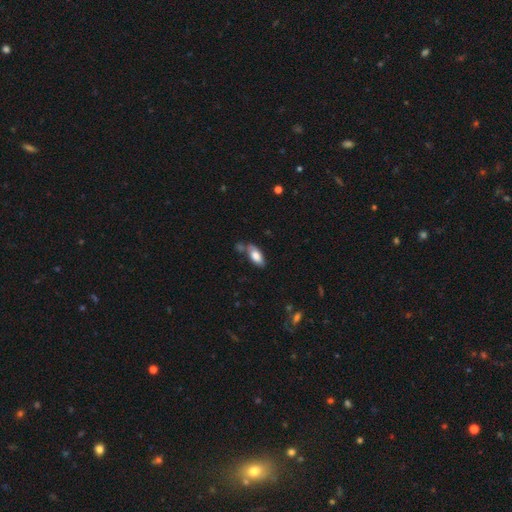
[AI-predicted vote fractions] Smooth or featured? smooth (78%)
How rounded? in between (88%)
Merging? none (58%)